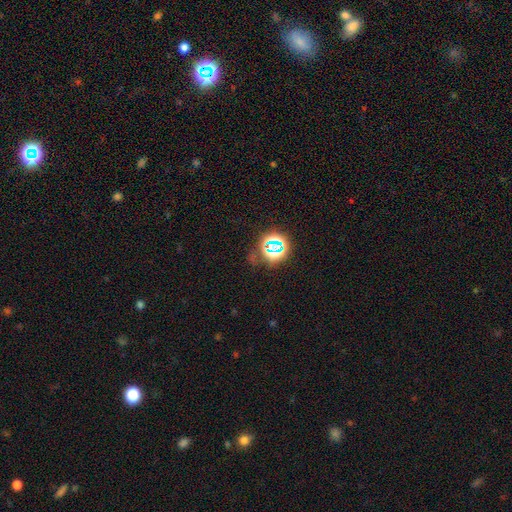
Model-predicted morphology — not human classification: A star or artifact, not a galaxy (68%).